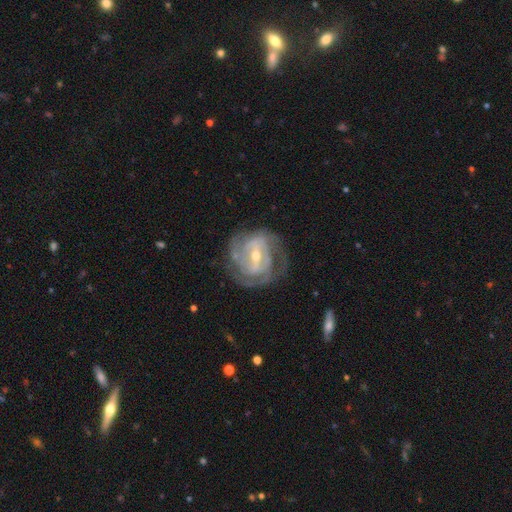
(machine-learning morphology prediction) Q: Smooth or featured?
A: featured or disk (87%); runner-up: smooth (8%)
Q: Edge-on disk?
A: no (97%); runner-up: yes (3%)
Q: Bar?
A: weak (45%); runner-up: strong (39%)
Q: Spiral arms?
A: yes (93%); runner-up: no (7%)
Q: Spiral winding?
A: tight (61%); runner-up: medium (32%)
Q: Spiral arm count?
A: 2 (31%); runner-up: can't tell (26%)
Q: Bulge size?
A: small (49%); runner-up: moderate (47%)
Q: Merging?
A: none (68%); runner-up: minor disturbance (19%)